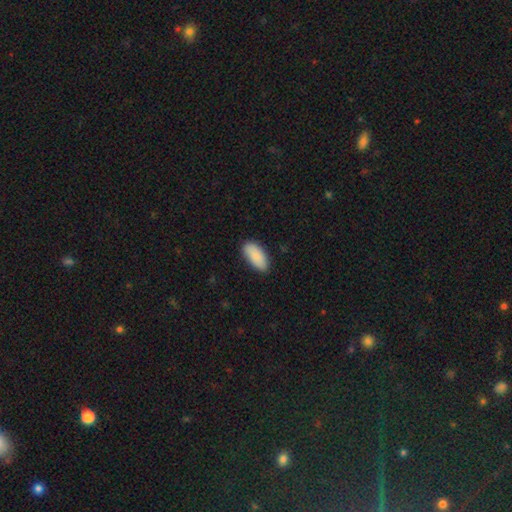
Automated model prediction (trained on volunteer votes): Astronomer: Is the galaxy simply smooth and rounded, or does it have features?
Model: smooth — 87%.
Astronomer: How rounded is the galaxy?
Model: in between — 90%.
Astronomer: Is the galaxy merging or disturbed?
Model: none — 80%.